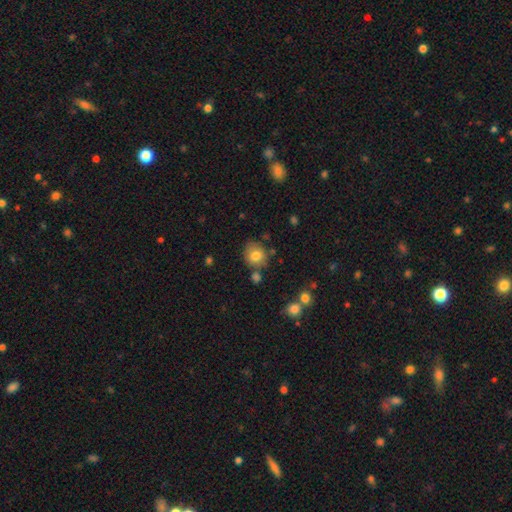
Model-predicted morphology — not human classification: Smooth or featured?
  - smooth: 78% *
  - featured or disk: 11%
  - star or artifact: 10%
How rounded?
  - round: 78% *
  - in between: 21%
  - cigar-shaped: 1%
Merging?
  - none: 70% *
  - minor disturbance: 16%
  - merger: 10%
  - major disturbance: 4%